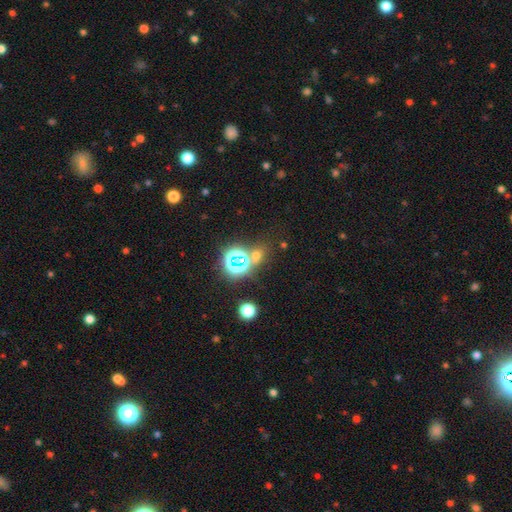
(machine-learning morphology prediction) Smooth or featured? Predicted: star or artifact (p=0.49).